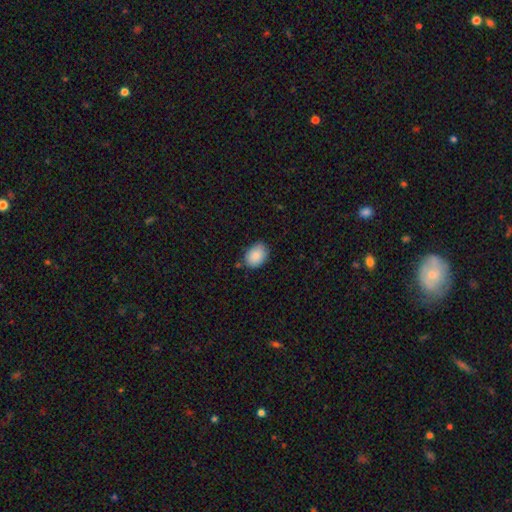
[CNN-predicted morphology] smooth-or-featured: smooth: 88% | star or artifact: 7% | featured or disk: 5%
  how-rounded: in between: 75% | round: 24% | cigar-shaped: 1%
  merging: none: 78% | minor disturbance: 17% | major disturbance: 3% | merger: 2%